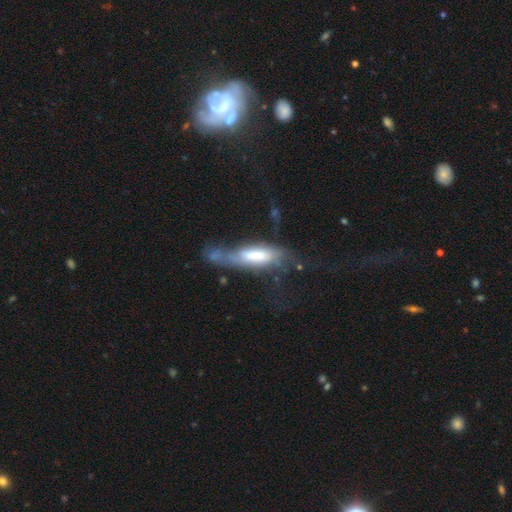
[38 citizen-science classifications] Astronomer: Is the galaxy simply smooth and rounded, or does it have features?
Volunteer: smooth — 50% (runner-up: featured or disk, 45%).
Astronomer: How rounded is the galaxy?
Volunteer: in between — 63%.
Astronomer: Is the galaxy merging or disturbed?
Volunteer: major disturbance — 42% (runner-up: none, 22%).